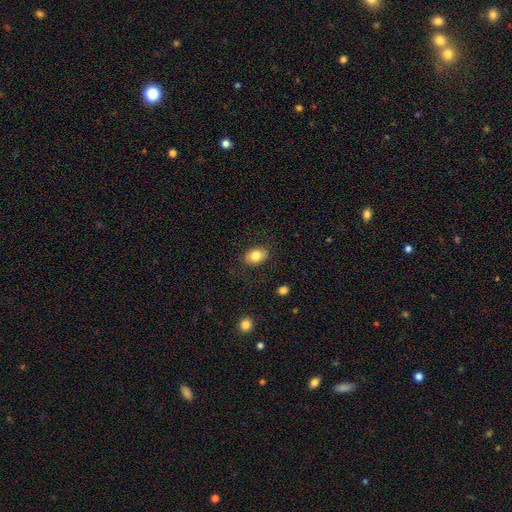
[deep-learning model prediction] A smooth galaxy with no disk features (81%) that is in between round and cigar-shaped (77%).

Vote fractions:
- Smooth or featured? smooth: 81% / featured or disk: 11% / star or artifact: 8%
- How rounded? in between: 77% / round: 22% / cigar-shaped: 1%
- Merging? none: 83% / minor disturbance: 12% / major disturbance: 4% / merger: 1%